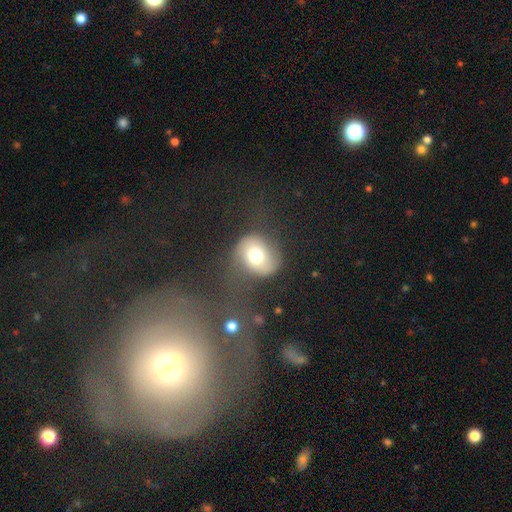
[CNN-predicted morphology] Q: Smooth or featured?
A: smooth (59%); runner-up: featured or disk (31%)
Q: How rounded?
A: round (59%); runner-up: in between (39%)
Q: Merging?
A: none (52%); runner-up: major disturbance (22%)